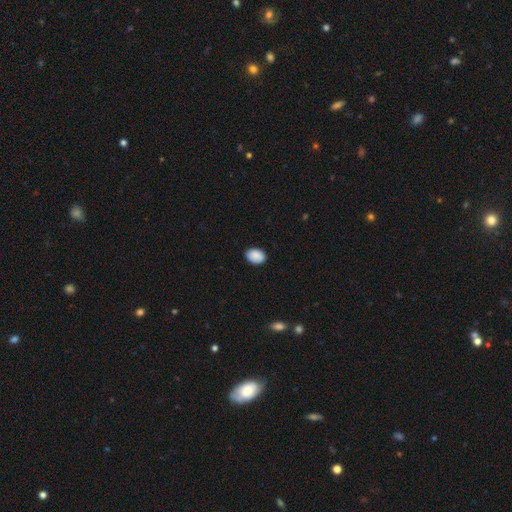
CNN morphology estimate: smooth_or_featured: smooth (p=0.90) [alt: star or artifact p=0.07]
how_rounded: in between (p=0.77) [alt: round p=0.22]
merging: none (p=0.89) [alt: minor disturbance p=0.09]